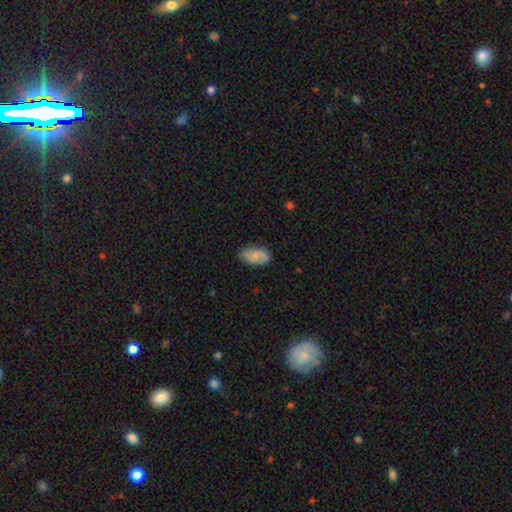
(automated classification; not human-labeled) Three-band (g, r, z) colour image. It shows a smooth galaxy with no disk features (53%) that is in between round and cigar-shaped (92%). Merging: none (78%).